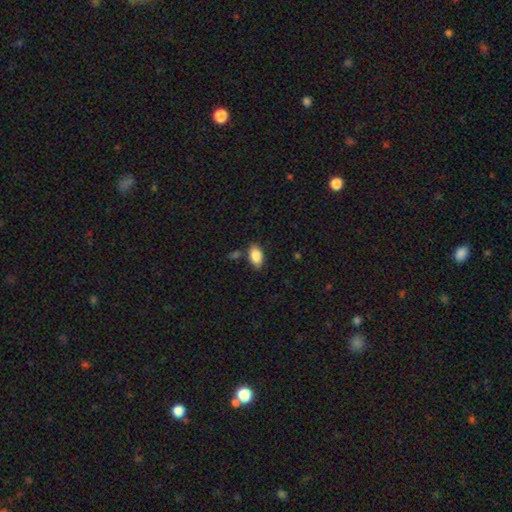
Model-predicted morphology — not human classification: smooth-or-featured: smooth: 88% | star or artifact: 7% | featured or disk: 5%
  how-rounded: in between: 92% | round: 7% | cigar-shaped: 2%
  merging: none: 75% | minor disturbance: 15% | merger: 6% | major disturbance: 3%